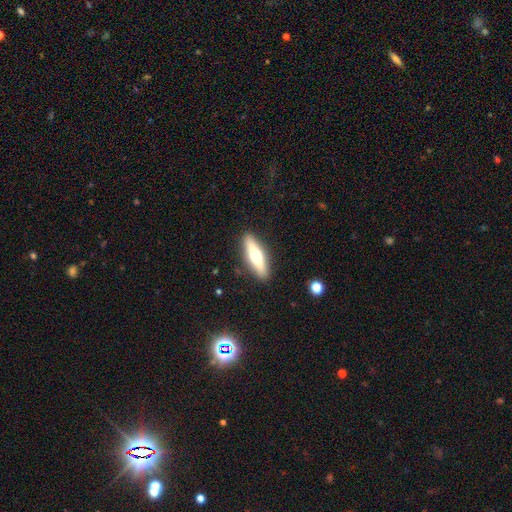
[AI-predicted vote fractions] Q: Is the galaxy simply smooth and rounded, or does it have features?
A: featured or disk — 49%.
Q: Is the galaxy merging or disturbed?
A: none — 89%.